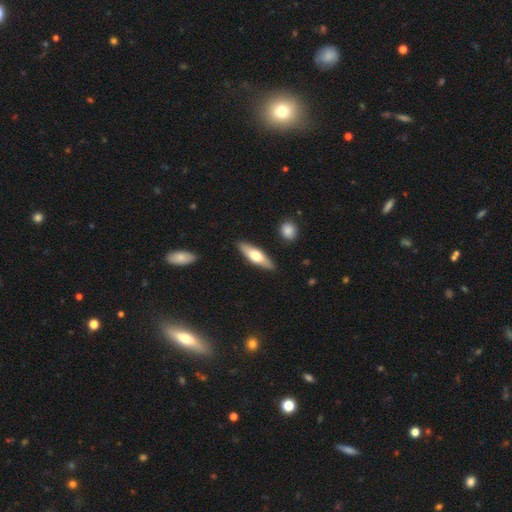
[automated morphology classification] This is possibly a smooth galaxy (56%). How rounded: possibly cigar-shaped (56%). Merging: clearly none (87%).